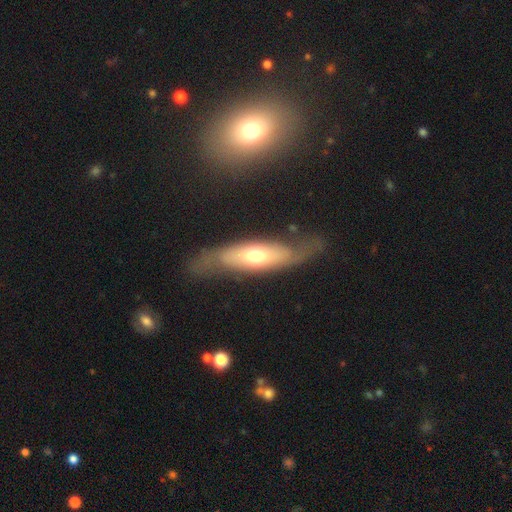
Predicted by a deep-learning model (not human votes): Smooth or featured? Predicted: featured or disk (p=0.52). Edge-on disk? Predicted: no (p=0.58). Merging? Predicted: none (p=0.62).